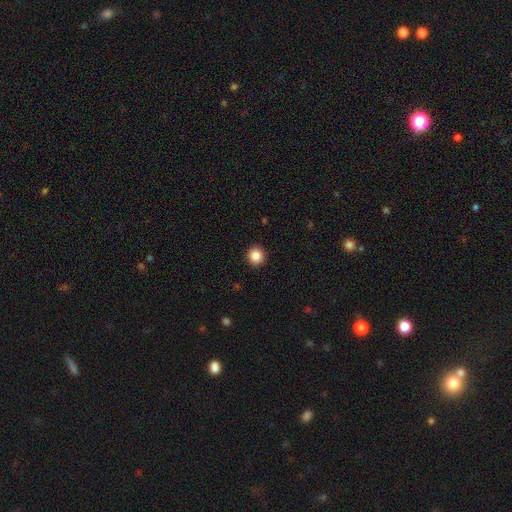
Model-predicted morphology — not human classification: Smooth or featured: smooth — 86% (star or artifact — 10%)
How rounded: round — 93% (in between — 6%)
Merging: none — 93% (minor disturbance — 4%)